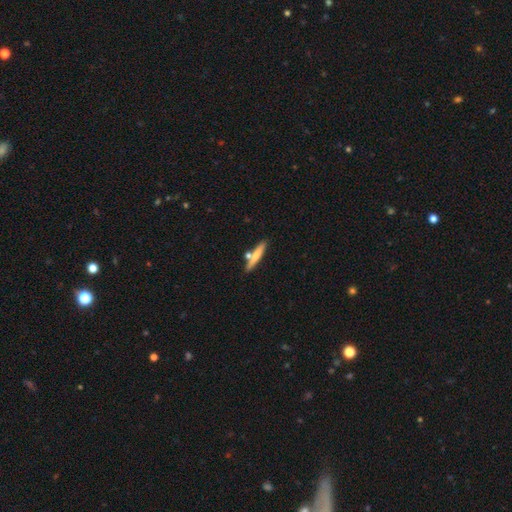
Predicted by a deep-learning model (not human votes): Morphology: type=smooth (65%); roundness=cigar-shaped (90%); merging=none (71%).